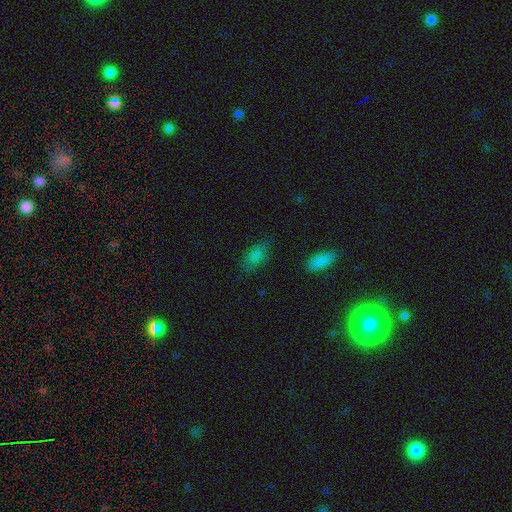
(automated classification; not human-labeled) Morphology: type=smooth (79%); roundness=in between (88%); merging=none (70%).